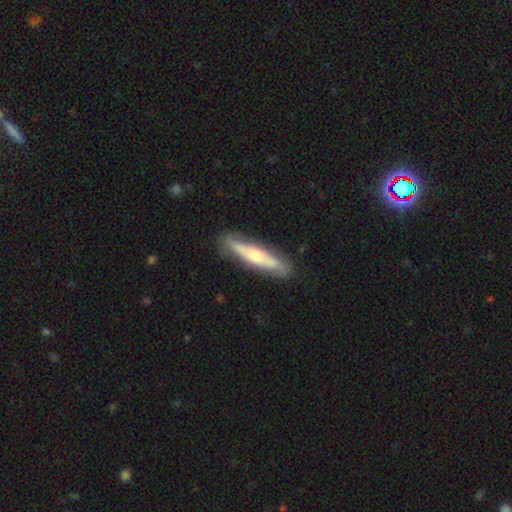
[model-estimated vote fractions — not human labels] This is possibly a featured or disk galaxy (53%). It is likely viewed edge-on (76%). Merging: clearly none (84%).